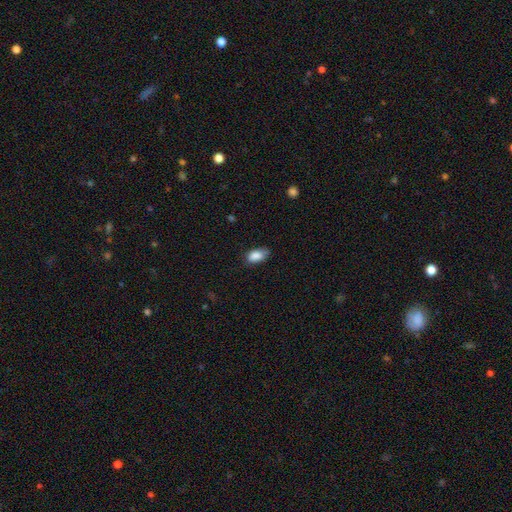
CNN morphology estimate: Smooth or featured?
  - smooth: 87% *
  - star or artifact: 8%
  - featured or disk: 5%
How rounded?
  - in between: 91% *
  - round: 6%
  - cigar-shaped: 3%
Merging?
  - none: 69% *
  - minor disturbance: 25%
  - major disturbance: 4%
  - merger: 1%